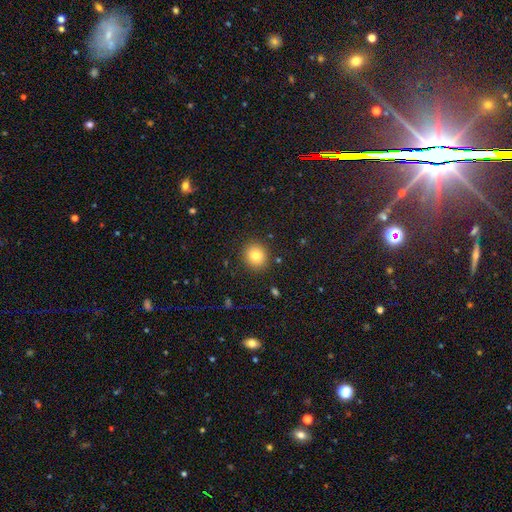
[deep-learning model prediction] The model was most divided on "smooth or featured": smooth: 81%, star or artifact: 11%, featured or disk: 8%. More confident: merging — none (89%); how rounded — round (86%).